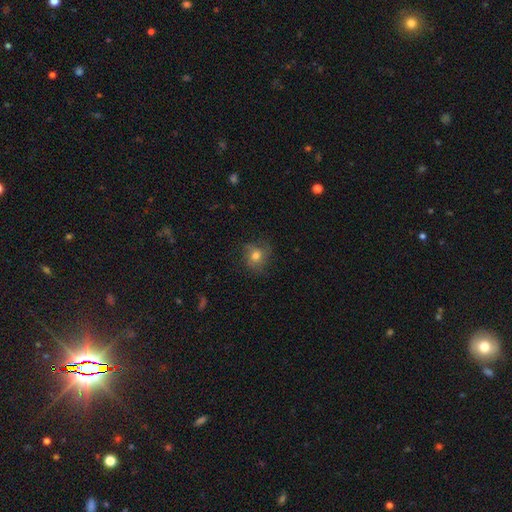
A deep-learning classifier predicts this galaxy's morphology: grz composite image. It shows a smooth galaxy with no disk features (67%) that is round (77%). Merging: none (68%).